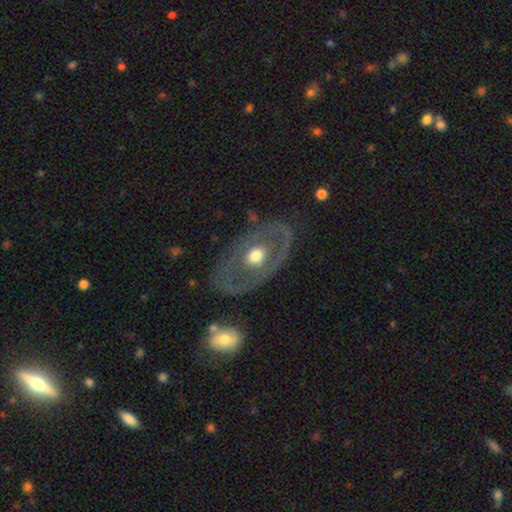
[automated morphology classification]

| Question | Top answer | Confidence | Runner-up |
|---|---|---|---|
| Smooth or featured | featured or disk | 66% | smooth (29%) |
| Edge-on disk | no | 90% | yes (10%) |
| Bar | no | 86% | weak (10%) |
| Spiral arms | no | 79% | yes (21%) |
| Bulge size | moderate | 68% | large (22%) |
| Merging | none | 77% | minor disturbance (14%) |